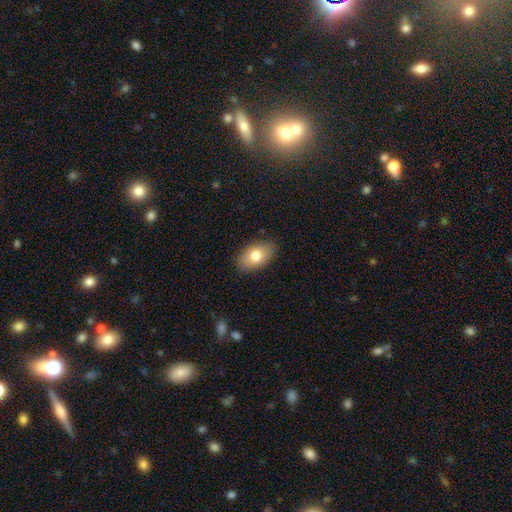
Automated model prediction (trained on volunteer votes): Q: Smooth or featured?
A: smooth (77%); runner-up: featured or disk (15%)
Q: How rounded?
A: in between (91%); runner-up: round (8%)
Q: Merging?
A: none (86%); runner-up: minor disturbance (10%)